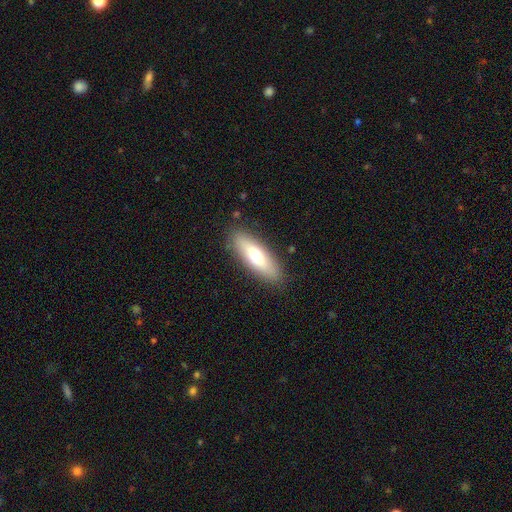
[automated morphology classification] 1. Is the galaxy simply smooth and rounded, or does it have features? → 68% smooth, 26% featured or disk, 6% star or artifact.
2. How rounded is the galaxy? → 50% cigar-shaped, 48% in between, 2% round.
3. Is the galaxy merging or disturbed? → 87% none, 9% minor disturbance, 2% major disturbance, 1% merger.